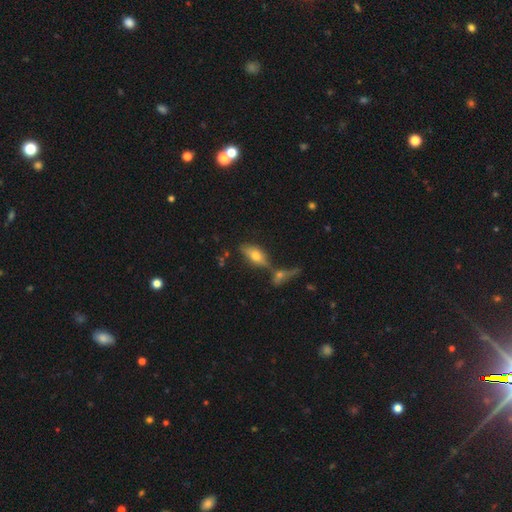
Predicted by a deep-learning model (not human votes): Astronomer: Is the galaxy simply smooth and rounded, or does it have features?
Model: smooth — 64%.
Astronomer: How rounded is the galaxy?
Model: in between — 80%.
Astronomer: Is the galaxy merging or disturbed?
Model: none — 52% (runner-up: merger, 29%).